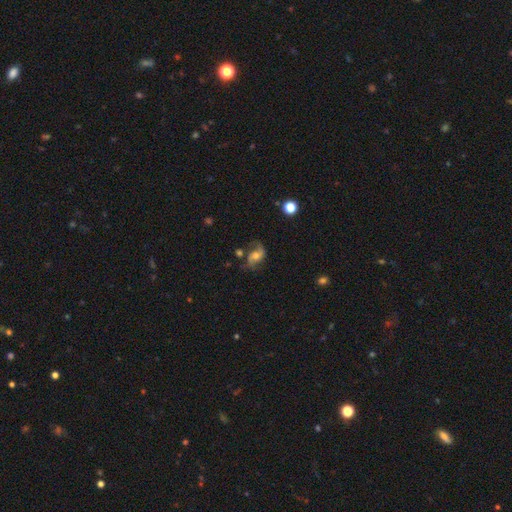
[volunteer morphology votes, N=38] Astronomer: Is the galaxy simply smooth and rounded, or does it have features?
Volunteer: featured or disk — 82%.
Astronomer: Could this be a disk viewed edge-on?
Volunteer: no — 94%.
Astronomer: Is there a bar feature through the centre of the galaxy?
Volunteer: no — 55% (runner-up: weak, 41%).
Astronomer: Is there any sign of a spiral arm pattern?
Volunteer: yes — 93%.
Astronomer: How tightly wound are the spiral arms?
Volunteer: loose — 63%.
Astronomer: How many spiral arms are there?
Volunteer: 2 — 100%.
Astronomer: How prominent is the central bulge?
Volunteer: moderate — 72%.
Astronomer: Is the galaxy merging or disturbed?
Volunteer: none — 64%.